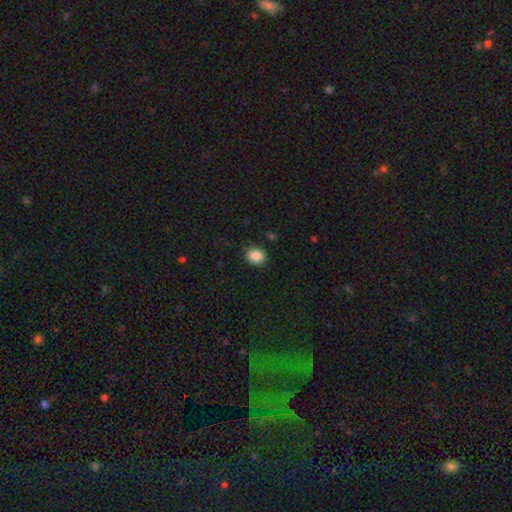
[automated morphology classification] A smooth galaxy with no disk features (87%) that is round (60%).

Vote fractions:
- Smooth or featured? smooth: 87% / star or artifact: 9% / featured or disk: 4%
- How rounded? round: 60% / in between: 39% / cigar-shaped: 1%
- Merging? none: 88% / minor disturbance: 9% / major disturbance: 2% / merger: 1%